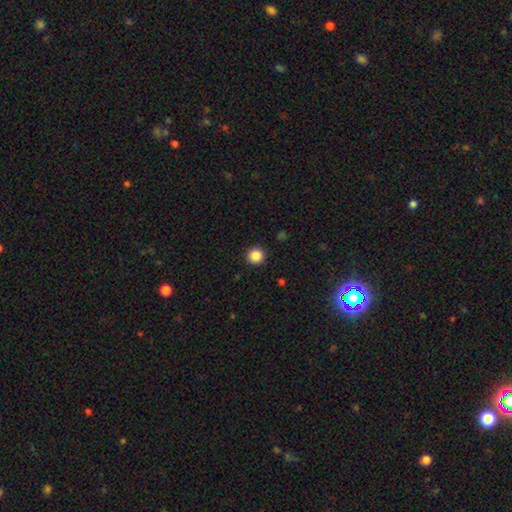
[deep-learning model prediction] This appears to be a smooth galaxy with no disk features (87%) that is round (95%). Merging: none (93%).